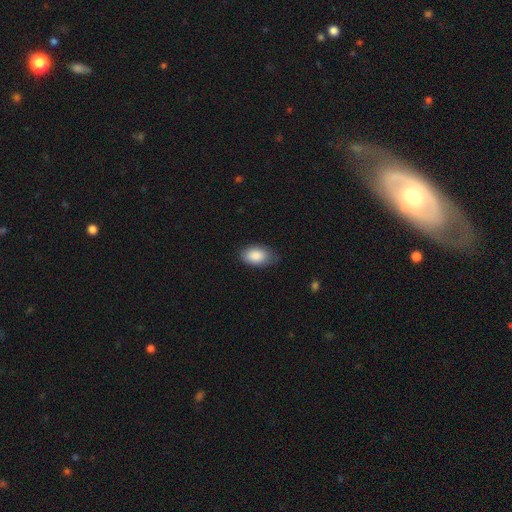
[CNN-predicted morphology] Smooth or featured? smooth (88%)
How rounded? in between (90%)
Merging? none (77%)